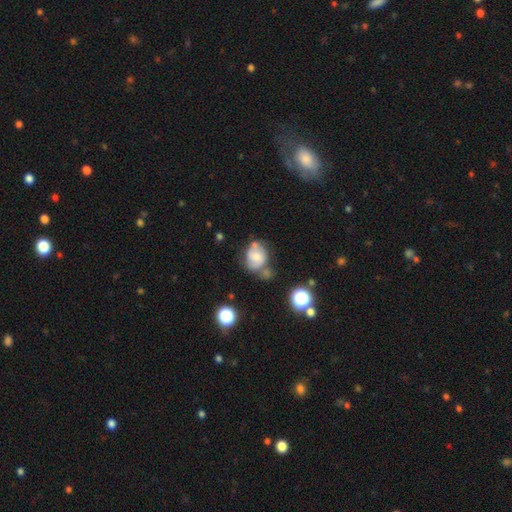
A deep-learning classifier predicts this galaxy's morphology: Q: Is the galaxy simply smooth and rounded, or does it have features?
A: smooth — 52%.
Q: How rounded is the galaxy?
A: round — 53%.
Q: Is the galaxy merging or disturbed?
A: none — 40%.